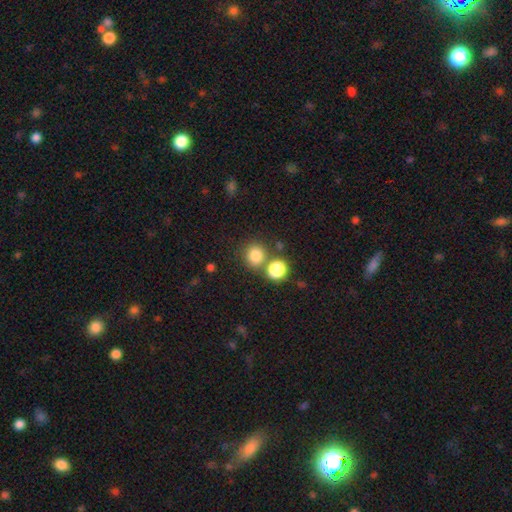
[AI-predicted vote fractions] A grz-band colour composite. It shows a smooth galaxy with no disk features (81%) that is round (86%). Merging: none (71%).